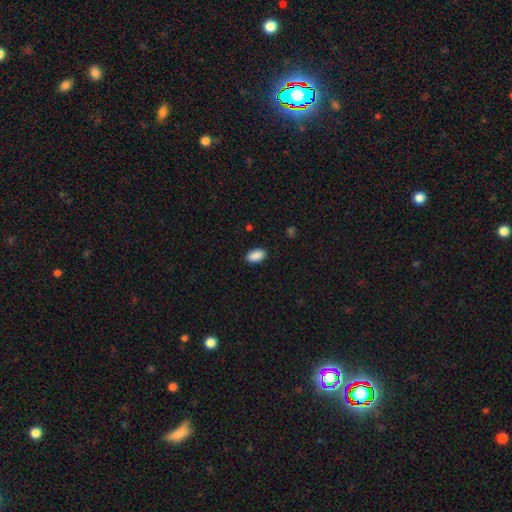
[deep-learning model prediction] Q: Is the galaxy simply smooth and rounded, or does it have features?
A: smooth — 90%.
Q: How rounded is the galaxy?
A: in between — 94%.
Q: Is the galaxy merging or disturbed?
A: none — 88%.